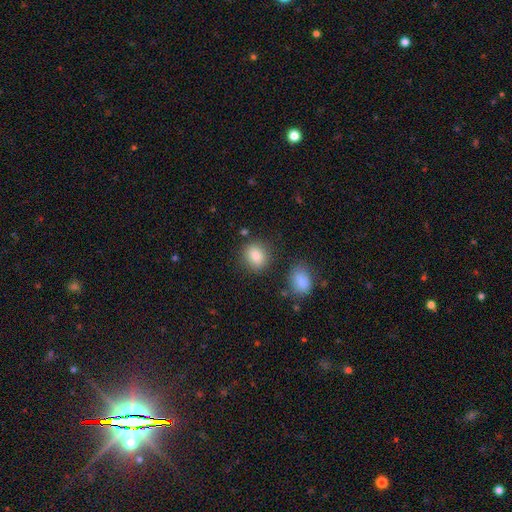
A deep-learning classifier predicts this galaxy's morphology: This is clearly a smooth galaxy (86%). How rounded: possibly round (59%). Merging: likely none (80%).